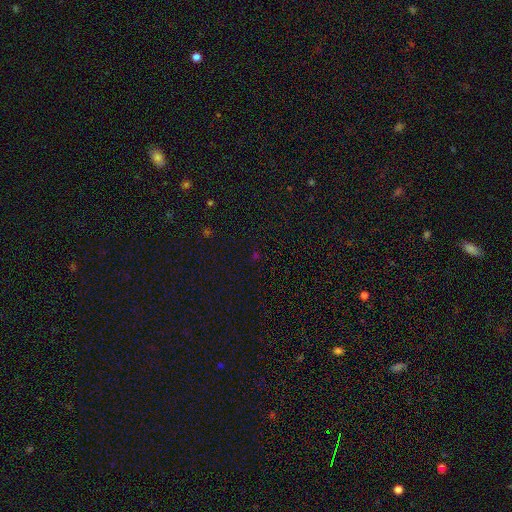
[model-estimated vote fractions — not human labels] star or artifact 64%, smooth 30%, featured or disk 7%.